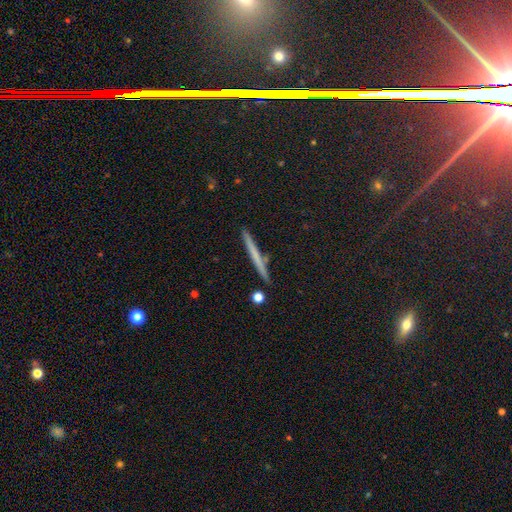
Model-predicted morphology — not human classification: A smooth galaxy with no disk features (52%) that is cigar-shaped (95%). Merging: none (89%).